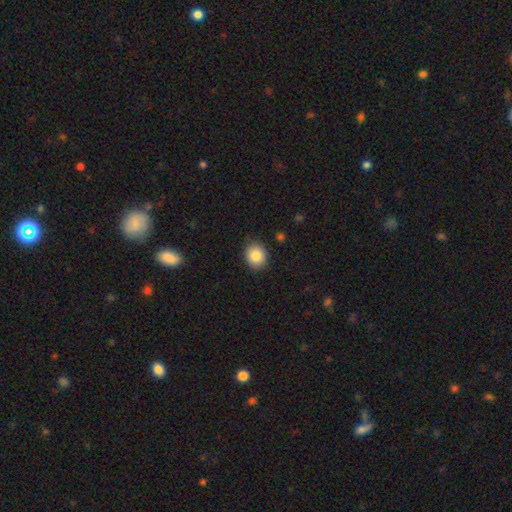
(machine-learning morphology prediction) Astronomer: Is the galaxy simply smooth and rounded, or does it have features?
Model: smooth — 85%.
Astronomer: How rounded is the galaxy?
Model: round — 73%.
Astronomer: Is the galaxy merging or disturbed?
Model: none — 87%.